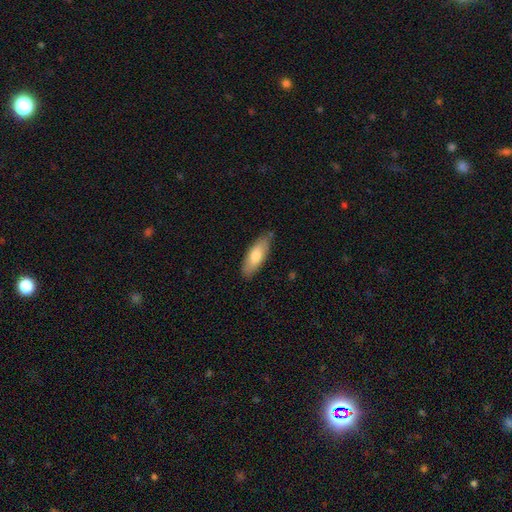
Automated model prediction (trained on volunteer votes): A smooth galaxy with no disk features (74%) that is in between round and cigar-shaped (67%). Merging: none (79%).